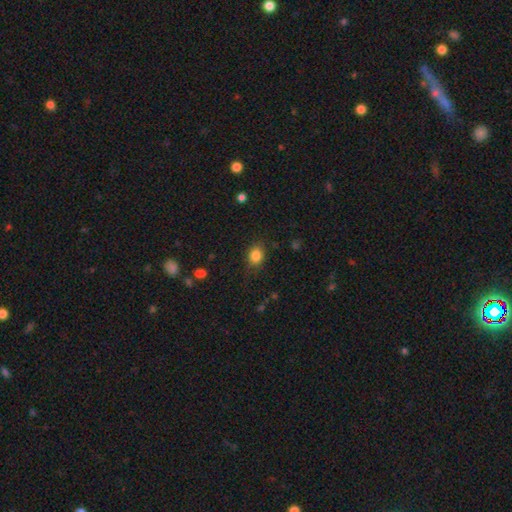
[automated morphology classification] Overall: smooth (83%). How rounded: in between (51%; round 47%). Merging: none (80%).